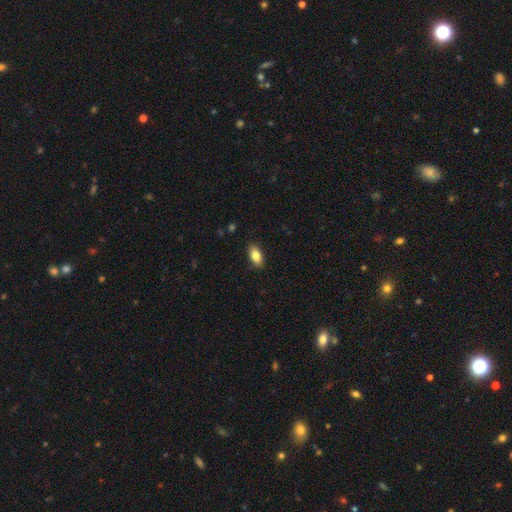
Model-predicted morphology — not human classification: This appears to be a smooth galaxy with no disk features (81%) that is in between round and cigar-shaped (89%). Merging: none (88%).